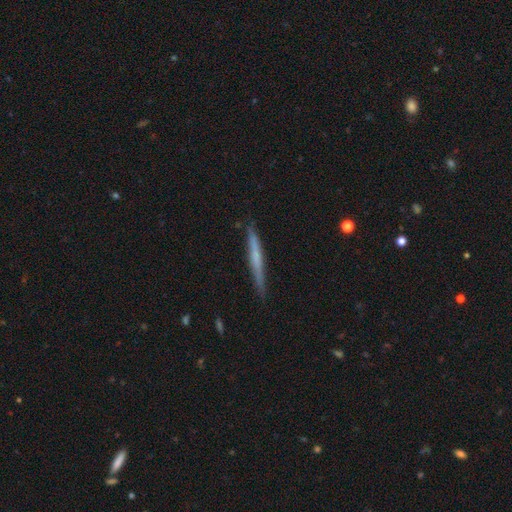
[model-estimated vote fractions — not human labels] The model was most divided on "smooth or featured": smooth: 48%, featured or disk: 46%, star or artifact: 6%. More confident: merging — none (87%).